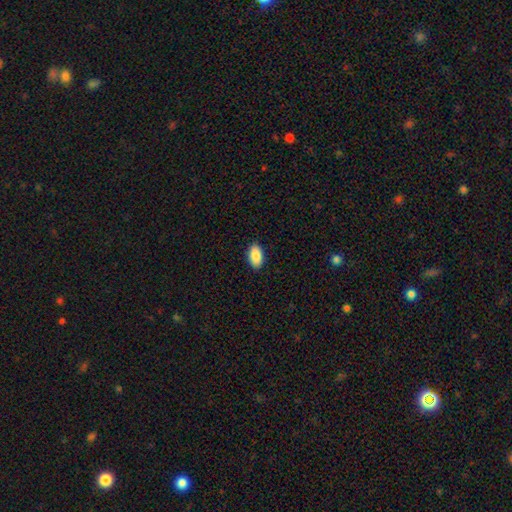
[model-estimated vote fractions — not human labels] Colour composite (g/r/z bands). It shows a smooth galaxy with no disk features (90%) that is in between round and cigar-shaped (95%). Merging: none (90%).